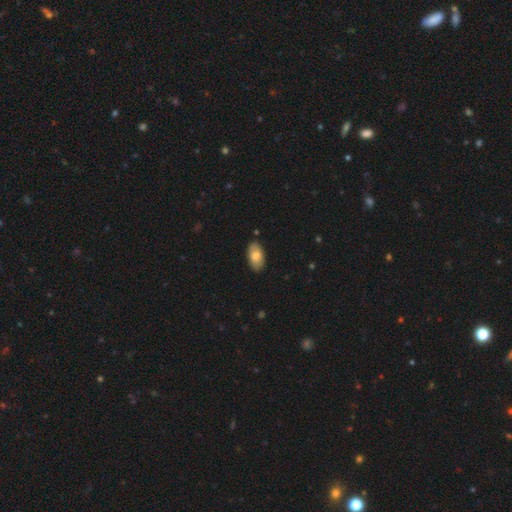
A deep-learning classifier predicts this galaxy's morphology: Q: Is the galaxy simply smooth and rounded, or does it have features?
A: smooth — 74%.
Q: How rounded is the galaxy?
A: in between — 94%.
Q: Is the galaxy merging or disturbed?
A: none — 85%.